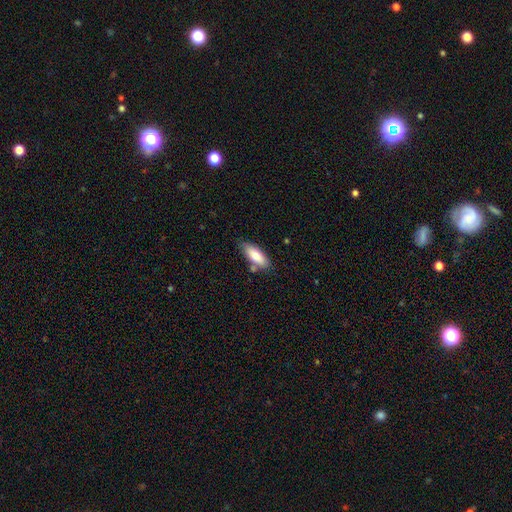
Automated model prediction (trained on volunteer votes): Smooth or featured? smooth (78%)
How rounded? in between (72%)
Merging? none (74%)